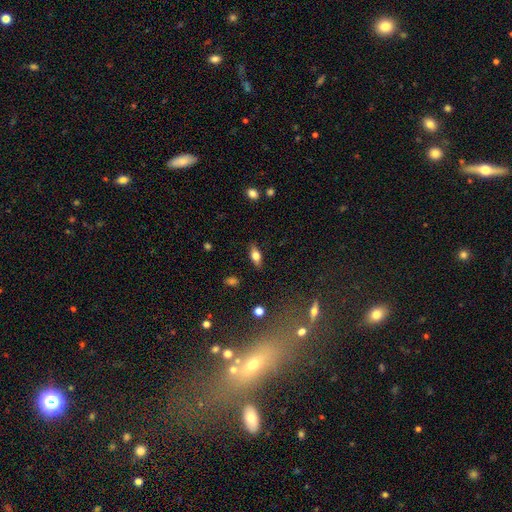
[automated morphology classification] Smooth or featured? Predicted: smooth (p=0.64). How rounded? Predicted: in between (p=0.79). Merging? Predicted: none (p=0.86).